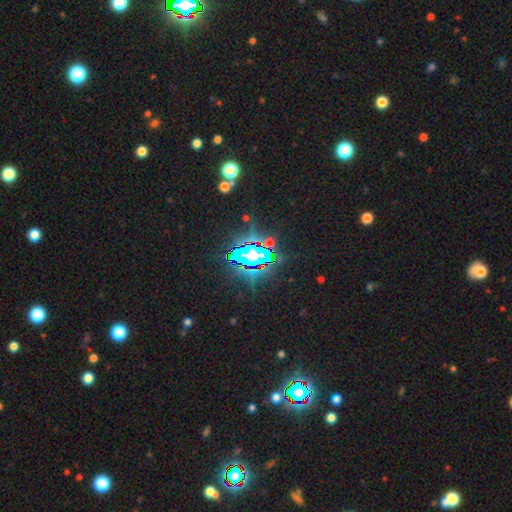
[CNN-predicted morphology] This is clearly a star or artifact rather than a galaxy (82%).